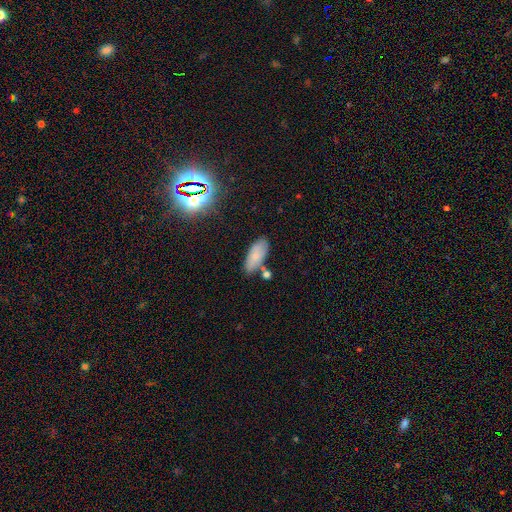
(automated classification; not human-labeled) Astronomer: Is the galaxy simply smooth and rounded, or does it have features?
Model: smooth — 77%.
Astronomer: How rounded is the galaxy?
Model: in between — 86%.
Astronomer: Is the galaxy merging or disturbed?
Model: none — 72%.